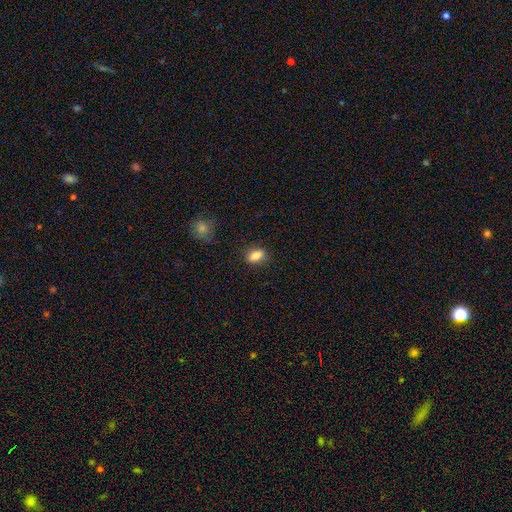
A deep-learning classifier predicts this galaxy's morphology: smooth_or_featured: smooth (p=0.84) [alt: star or artifact p=0.09]
how_rounded: in between (p=0.83) [alt: round p=0.13]
merging: none (p=0.85) [alt: minor disturbance p=0.11]